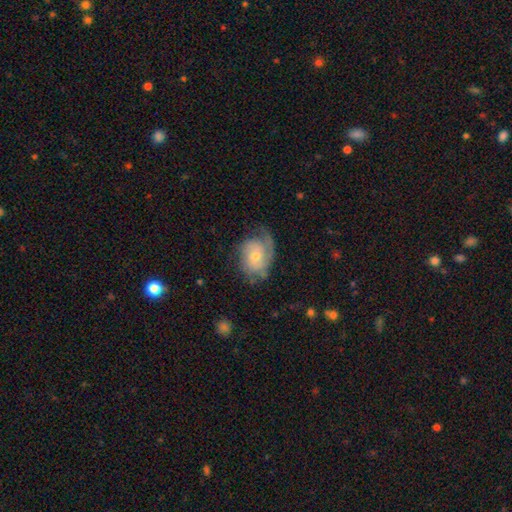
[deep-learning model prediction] Morphology: type=featured or disk (66%); edge-on=no (97%); bar=no (69%); spiral arms=yes (88%); winding=tight (40%); arm count=2 (36%); bulge=small (52%); merging=none (52%).